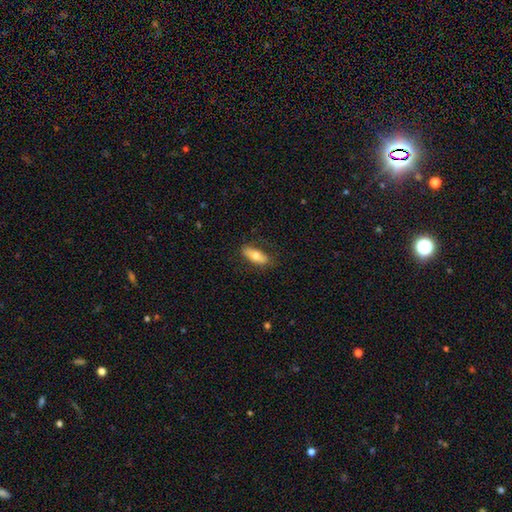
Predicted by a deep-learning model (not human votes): smooth_or_featured: smooth (p=0.67) [alt: featured or disk p=0.27]
how_rounded: in between (p=0.66) [alt: cigar-shaped p=0.31]
merging: none (p=0.81) [alt: minor disturbance p=0.14]